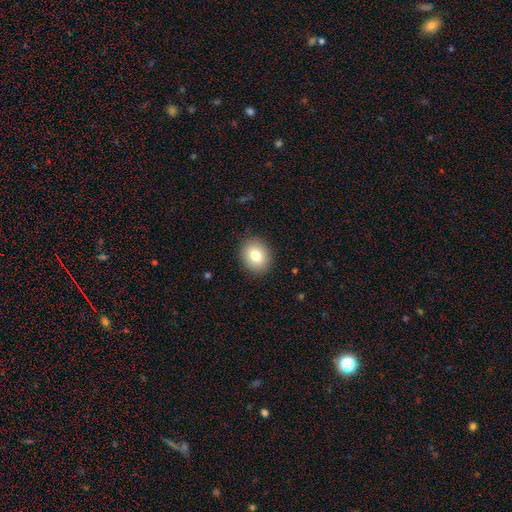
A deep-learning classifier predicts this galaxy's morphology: This is clearly a smooth galaxy (81%). How rounded: possibly round (53%). Merging: clearly none (89%).